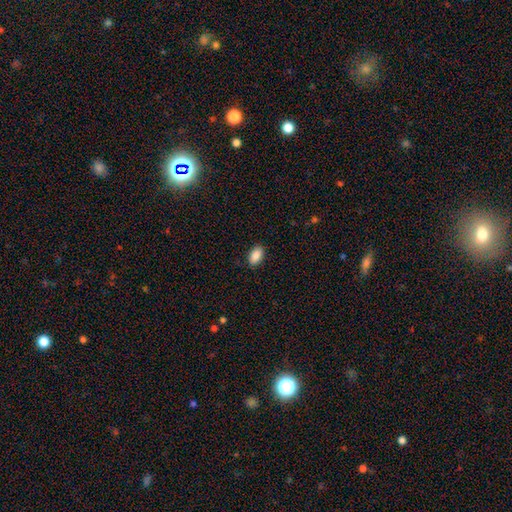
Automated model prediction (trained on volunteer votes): smooth-or-featured: smooth: 89% | star or artifact: 7% | featured or disk: 4%
  how-rounded: in between: 93% | round: 4% | cigar-shaped: 2%
  merging: none: 88% | minor disturbance: 9% | major disturbance: 2% | merger: 1%